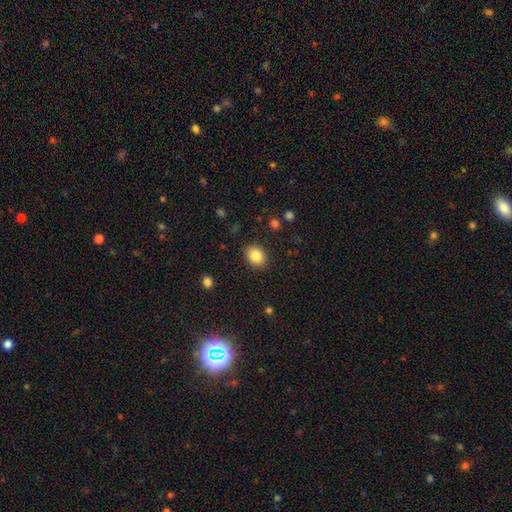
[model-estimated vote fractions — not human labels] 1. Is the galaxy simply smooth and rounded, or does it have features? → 84% smooth, 9% star or artifact, 7% featured or disk.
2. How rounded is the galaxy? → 55% in between, 45% round, 1% cigar-shaped.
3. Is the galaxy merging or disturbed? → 88% none, 9% minor disturbance, 3% major disturbance, 1% merger.